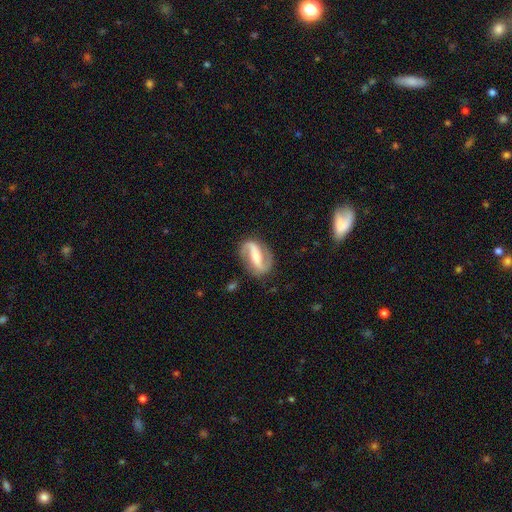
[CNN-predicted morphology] smooth_or_featured: featured or disk (p=0.85) [alt: smooth p=0.10]
disk_edge_on: no (p=0.95) [alt: yes p=0.05]
bar: strong (p=0.60) [alt: weak p=0.25]
has_spiral_arms: yes (p=0.93) [alt: no p=0.07]
spiral_winding: loose (p=0.43) [alt: medium p=0.39]
spiral_arm_count: 2 (p=0.92) [alt: 1 p=0.03]
bulge_size: moderate (p=0.46) [alt: small p=0.35]
merging: none (p=0.82) [alt: minor disturbance p=0.12]